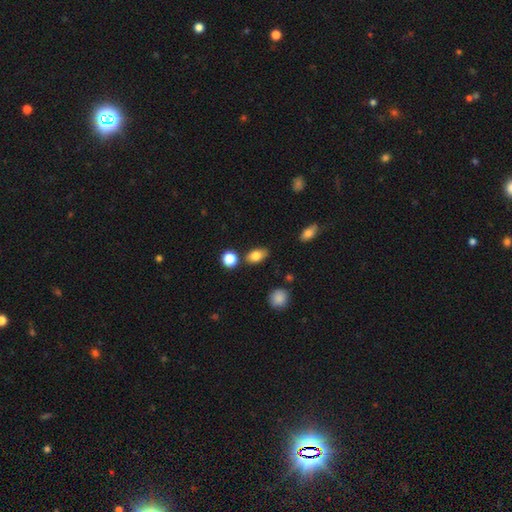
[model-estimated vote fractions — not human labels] Smooth or featured: smooth — 80% (featured or disk — 10%)
How rounded: in between — 84% (round — 13%)
Merging: none — 78% (minor disturbance — 13%)